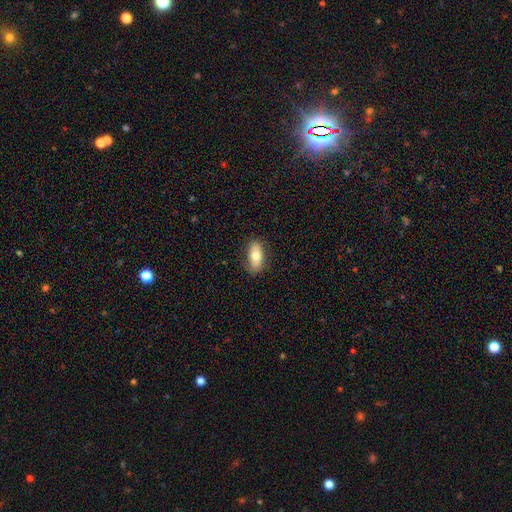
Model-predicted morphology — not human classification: A smooth galaxy with no disk features (71%) that is in between round and cigar-shaped (87%).

Vote fractions:
- Smooth or featured? smooth: 71% / featured or disk: 22% / star or artifact: 7%
- How rounded? in between: 87% / cigar-shaped: 9% / round: 4%
- Merging? none: 83% / minor disturbance: 13% / major disturbance: 3% / merger: 1%